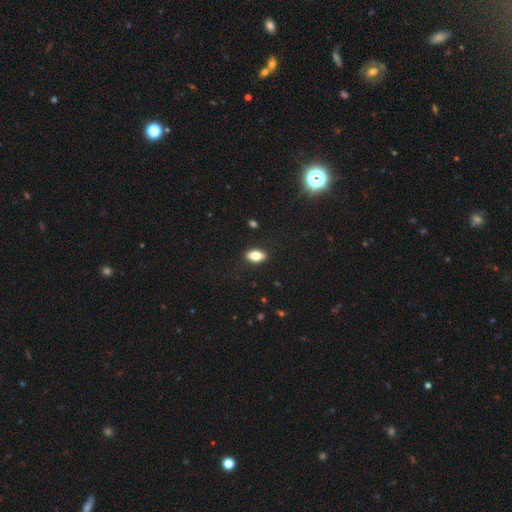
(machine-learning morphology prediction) A smooth galaxy with no disk features (78%) that is in between round and cigar-shaped (88%).

Vote fractions:
- Smooth or featured? smooth: 78% / featured or disk: 14% / star or artifact: 8%
- How rounded? in between: 88% / cigar-shaped: 7% / round: 6%
- Merging? none: 88% / minor disturbance: 9% / major disturbance: 2% / merger: 1%